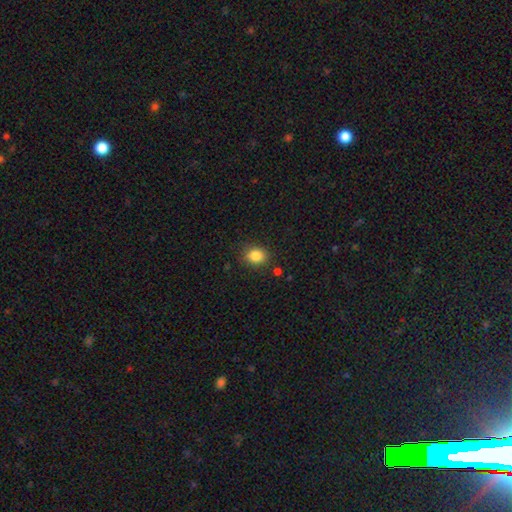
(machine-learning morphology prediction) Smooth or featured?
  - smooth: 85% *
  - star or artifact: 10%
  - featured or disk: 5%
How rounded?
  - round: 59% *
  - in between: 40%
  - cigar-shaped: 1%
Merging?
  - none: 85% *
  - minor disturbance: 10%
  - major disturbance: 3%
  - merger: 2%